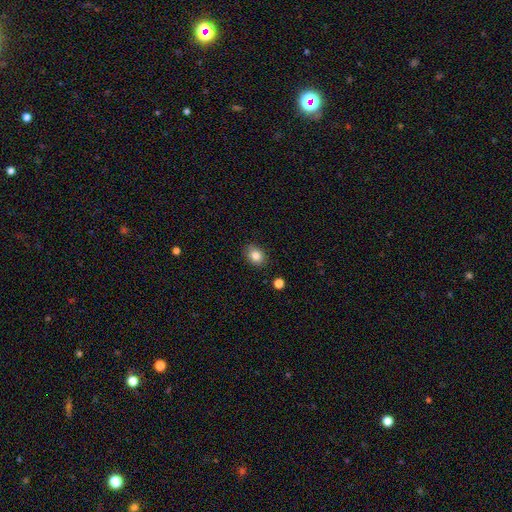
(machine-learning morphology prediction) A smooth galaxy with no disk features (84%) that is in between round and cigar-shaped (60%).

Vote fractions:
- Smooth or featured? smooth: 84% / star or artifact: 9% / featured or disk: 6%
- How rounded? in between: 60% / round: 39% / cigar-shaped: 1%
- Merging? none: 84% / minor disturbance: 12% / major disturbance: 3% / merger: 2%